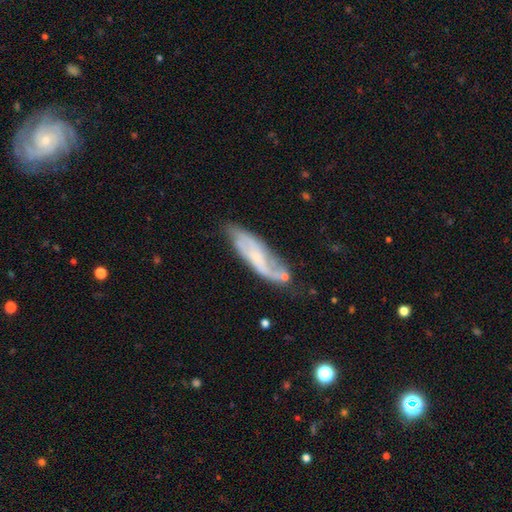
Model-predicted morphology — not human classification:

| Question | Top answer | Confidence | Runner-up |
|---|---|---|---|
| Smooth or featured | featured or disk | 63% | smooth (29%) |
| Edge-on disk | no | 78% | yes (22%) |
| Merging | none | 56% | minor disturbance (27%) |